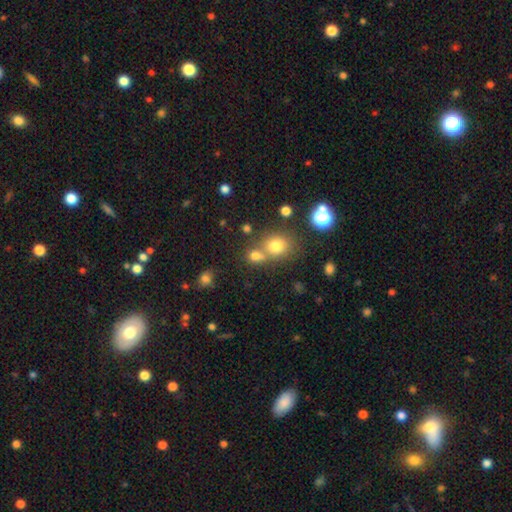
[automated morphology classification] Q: Smooth or featured?
A: smooth (73%); runner-up: star or artifact (17%)
Q: How rounded?
A: round (71%); runner-up: in between (28%)
Q: Merging?
A: none (50%); runner-up: merger (37%)